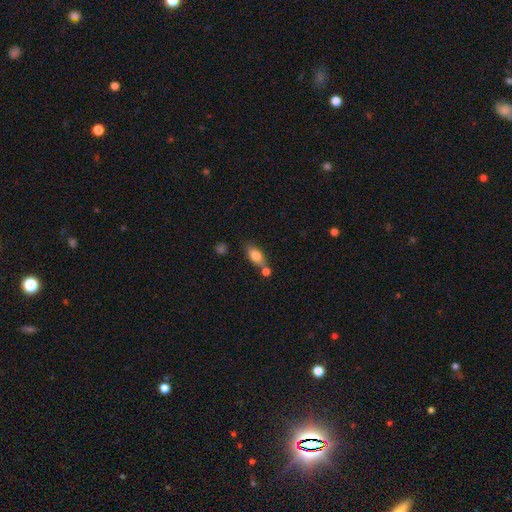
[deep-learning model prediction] A smooth galaxy with no disk features (78%) that is in between round and cigar-shaped (82%). Merging: none (54%).